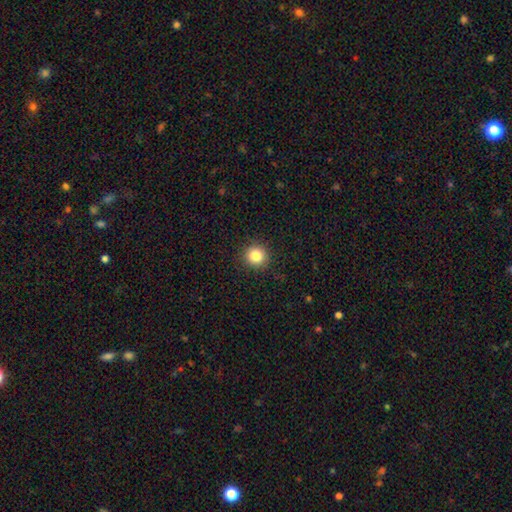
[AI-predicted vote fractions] A smooth galaxy with no disk features (84%) that is round (93%).

Vote fractions:
- Smooth or featured? smooth: 84% / star or artifact: 11% / featured or disk: 5%
- How rounded? round: 93% / in between: 6% / cigar-shaped: 1%
- Merging? none: 90% / minor disturbance: 7% / major disturbance: 2% / merger: 1%